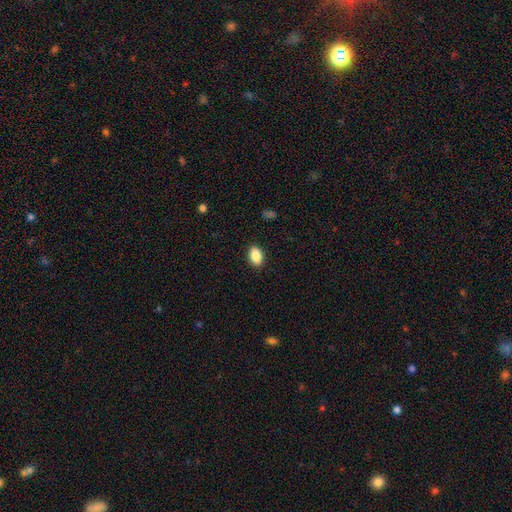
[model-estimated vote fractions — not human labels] smooth_or_featured: smooth (p=0.88) [alt: star or artifact p=0.08]
how_rounded: in between (p=0.89) [alt: round p=0.09]
merging: none (p=0.89) [alt: minor disturbance p=0.08]